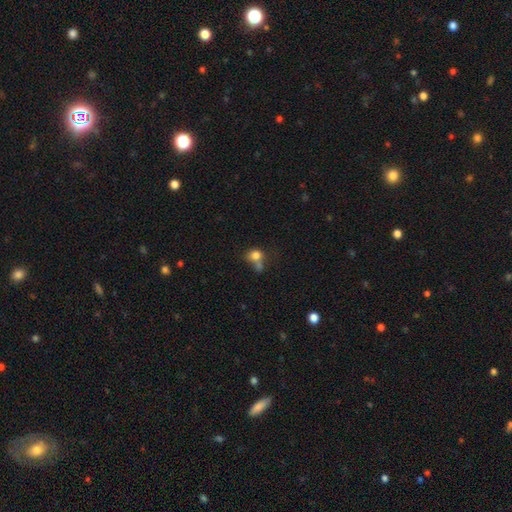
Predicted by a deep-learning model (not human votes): Overall: smooth (76%). How rounded: round (63%; in between 35%). Merging: merger (35%; none 34%).